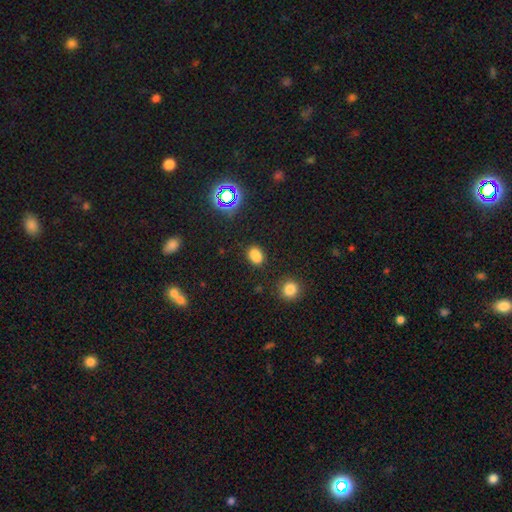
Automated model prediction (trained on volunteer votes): The model was most divided on "how rounded": in between: 74%, round: 24%, cigar-shaped: 2%. More confident: merging — none (79%); smooth or featured — smooth (78%).